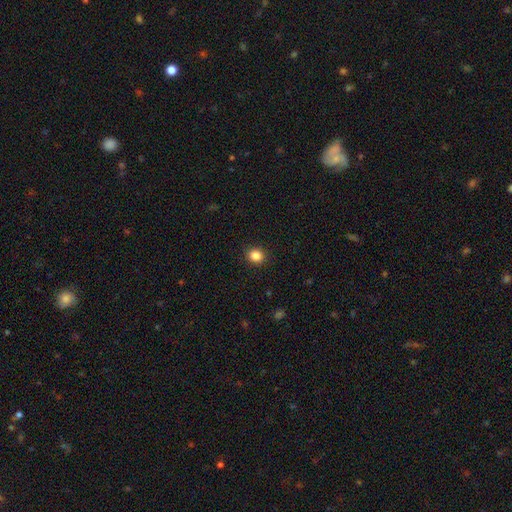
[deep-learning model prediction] Smooth or featured?
  - smooth: 86% *
  - star or artifact: 11%
  - featured or disk: 4%
How rounded?
  - round: 76% *
  - in between: 23%
  - cigar-shaped: 1%
Merging?
  - none: 91% *
  - minor disturbance: 6%
  - major disturbance: 2%
  - merger: 1%